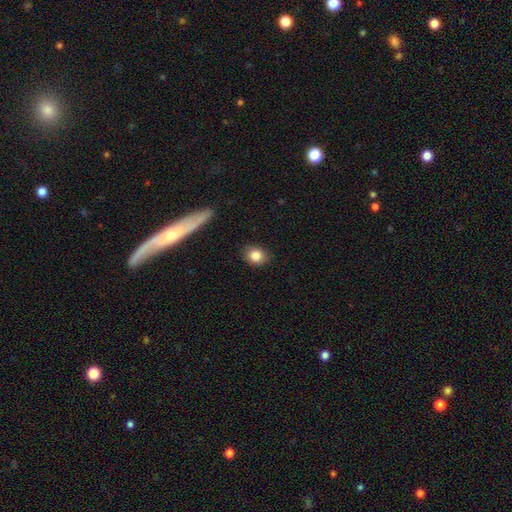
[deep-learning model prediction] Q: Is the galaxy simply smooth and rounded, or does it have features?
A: smooth — 84%.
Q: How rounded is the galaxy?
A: round — 61%.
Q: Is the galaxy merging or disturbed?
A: none — 86%.